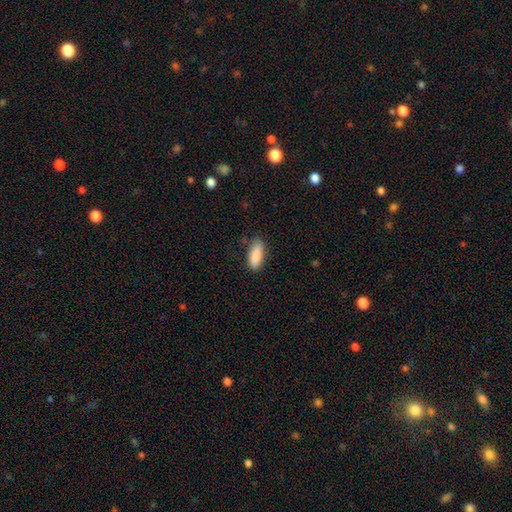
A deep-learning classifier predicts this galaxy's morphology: Smooth or featured? smooth (89%)
How rounded? in between (75%)
Merging? none (79%)